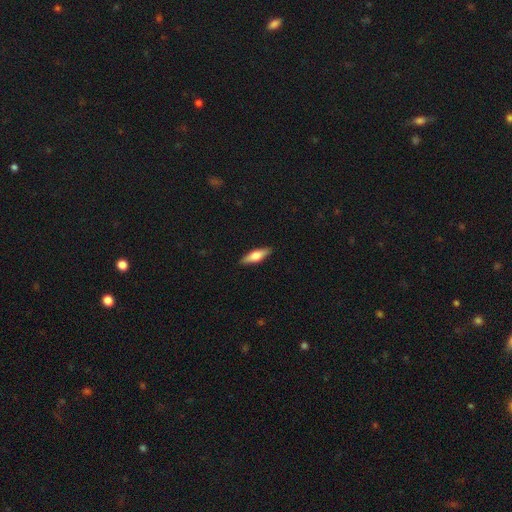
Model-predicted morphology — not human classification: A smooth galaxy with no disk features (56%) that is cigar-shaped (55%). Merging: none (90%).